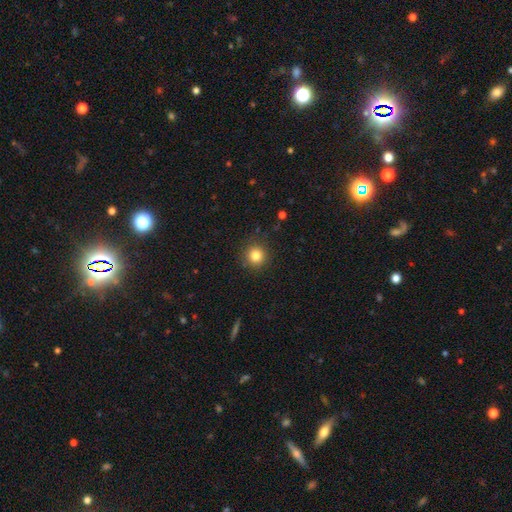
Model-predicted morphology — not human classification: smooth_or_featured: smooth (p=0.83) [alt: star or artifact p=0.12]
how_rounded: round (p=0.94) [alt: in between p=0.05]
merging: none (p=0.90) [alt: minor disturbance p=0.06]